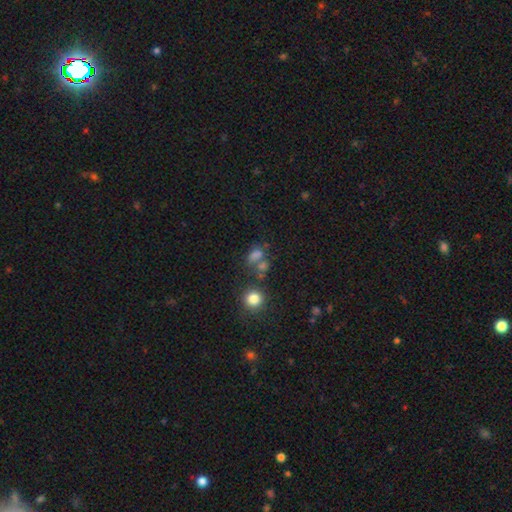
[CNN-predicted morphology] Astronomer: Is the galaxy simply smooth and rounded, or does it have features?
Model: smooth — 65%.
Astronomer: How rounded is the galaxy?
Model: in between — 62%.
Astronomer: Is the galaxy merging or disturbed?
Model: none — 41% (runner-up: merger, 31%).